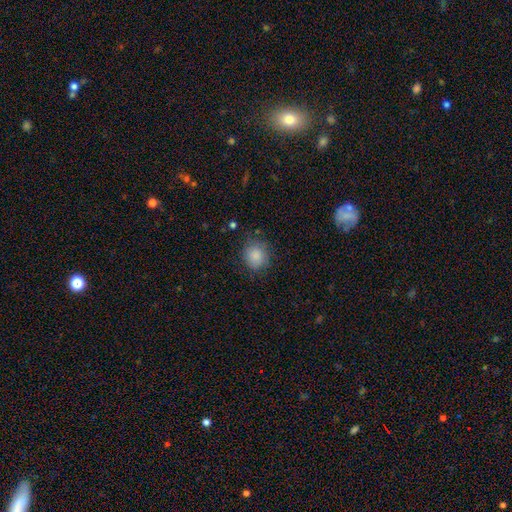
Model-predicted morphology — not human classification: A smooth galaxy with no disk features (86%) that is round (82%).

Vote fractions:
- Smooth or featured? smooth: 86% / star or artifact: 9% / featured or disk: 5%
- How rounded? round: 82% / in between: 17% / cigar-shaped: 1%
- Merging? none: 77% / minor disturbance: 17% / major disturbance: 5% / merger: 1%